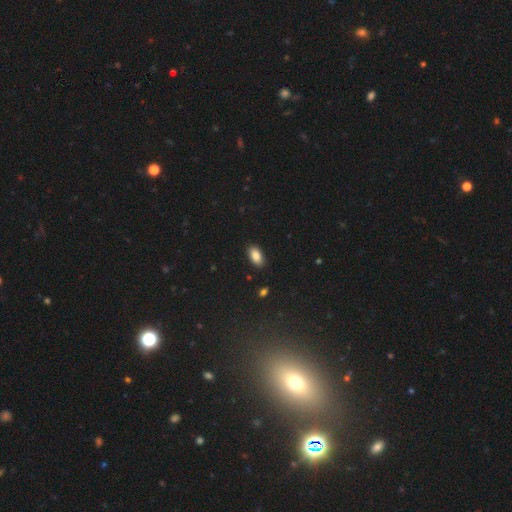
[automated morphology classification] A smooth galaxy with no disk features (86%) that is in between round and cigar-shaped (93%).

Vote fractions:
- Smooth or featured? smooth: 86% / star or artifact: 8% / featured or disk: 6%
- How rounded? in between: 93% / round: 4% / cigar-shaped: 3%
- Merging? none: 88% / minor disturbance: 9% / major disturbance: 2% / merger: 1%